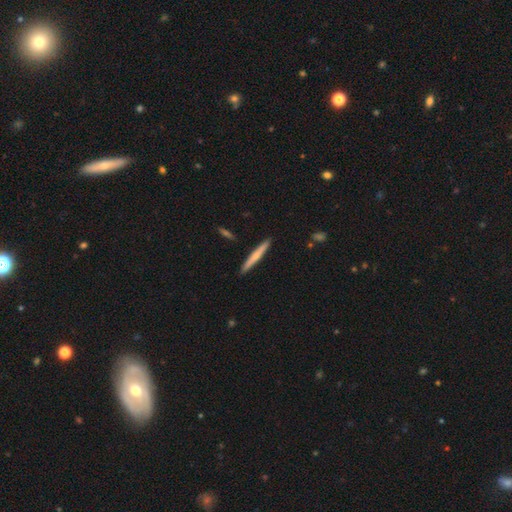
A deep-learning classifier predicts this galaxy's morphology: A smooth galaxy with no disk features (56%) that is cigar-shaped (96%).

Vote fractions:
- Smooth or featured? smooth: 56% / featured or disk: 38% / star or artifact: 5%
- How rounded? cigar-shaped: 96% / in between: 3% / round: 2%
- Merging? none: 91% / minor disturbance: 6% / merger: 2% / major disturbance: 1%